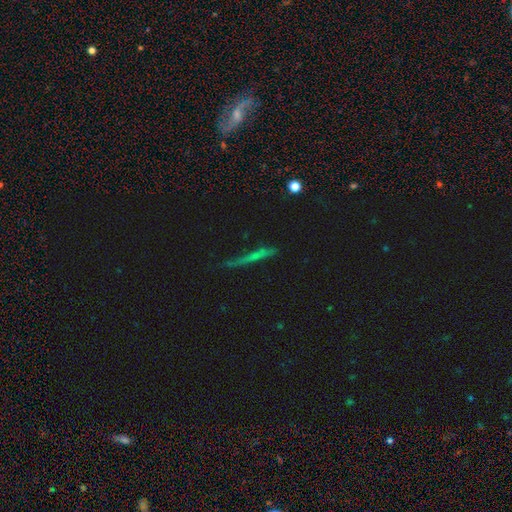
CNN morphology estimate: Smooth or featured: smooth — 46% (featured or disk — 41%)
Merging: none — 72% (minor disturbance — 19%)